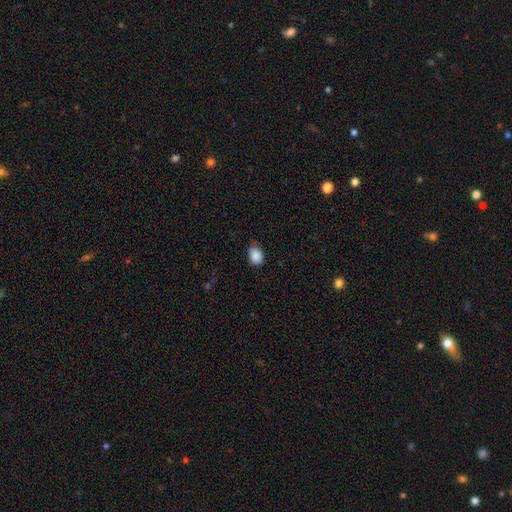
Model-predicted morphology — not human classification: The model was most divided on "how rounded": in between: 64%, round: 35%, cigar-shaped: 1%. More confident: smooth or featured — smooth (88%); merging — none (74%).